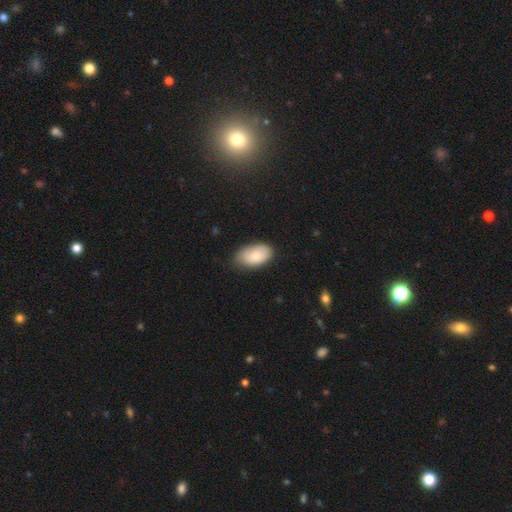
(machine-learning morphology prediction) smooth_or_featured: smooth (p=0.78) [alt: featured or disk p=0.15]
how_rounded: in between (p=0.94) [alt: round p=0.05]
merging: none (p=0.69) [alt: minor disturbance p=0.25]